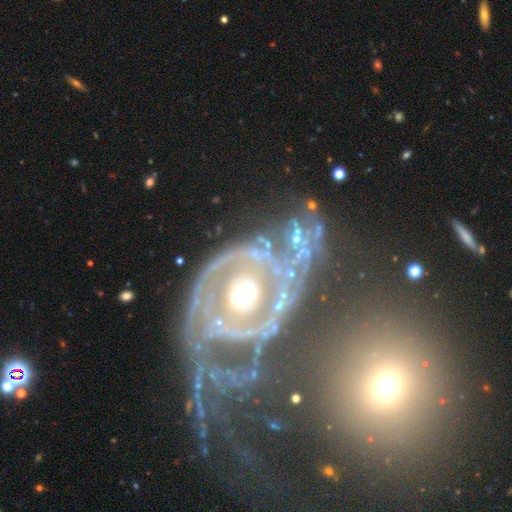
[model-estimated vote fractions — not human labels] Overall: featured or disk (85%). Edge-on disk: no (97%). Bar: no (69%). Spiral arms: yes (79%). Spiral arm count: 2 (38%; can't tell 24%). Spiral winding: tight (50%; medium 31%). Bulge size: moderate (70%). Merging: none (46%; major disturbance 26%).